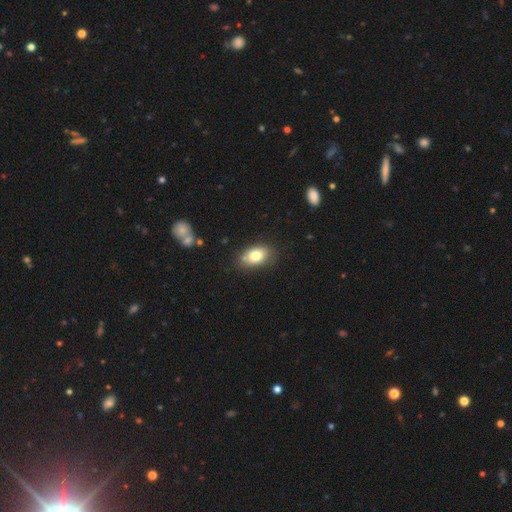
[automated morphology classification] type=smooth (79%); roundness=in between (85%); merging=none (72%).